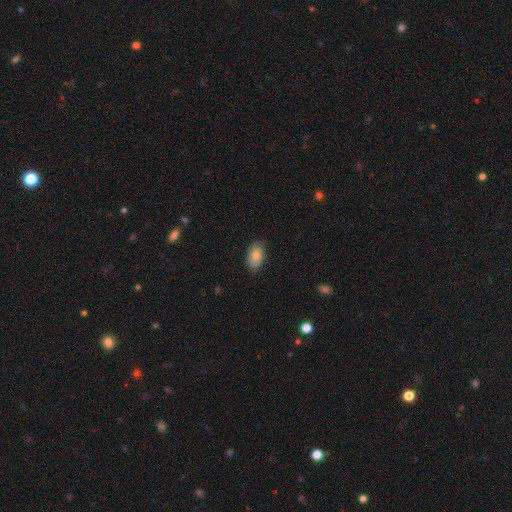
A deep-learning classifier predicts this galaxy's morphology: Smooth or featured? Predicted: smooth (p=0.81). How rounded? Predicted: in between (p=0.91). Merging? Predicted: none (p=0.80).